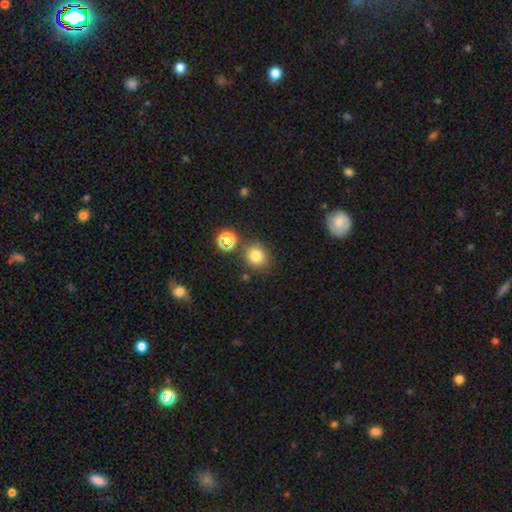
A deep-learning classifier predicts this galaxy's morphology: This is likely a smooth galaxy (78%). How rounded: likely round (76%). Merging: likely none (77%).